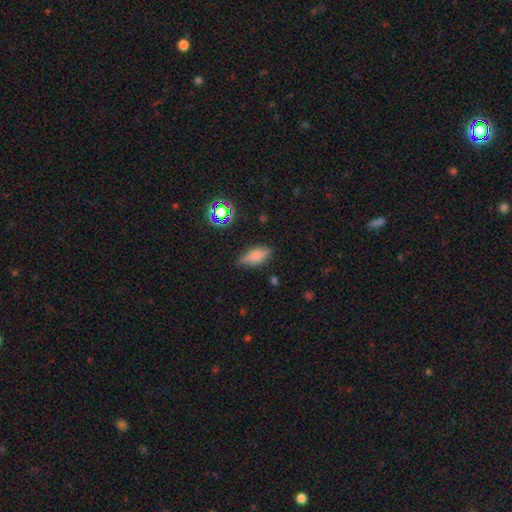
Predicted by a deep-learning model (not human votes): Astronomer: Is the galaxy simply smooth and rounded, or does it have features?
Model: smooth — 64%.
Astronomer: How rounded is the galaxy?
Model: in between — 72%.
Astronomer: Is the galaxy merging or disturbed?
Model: none — 75%.